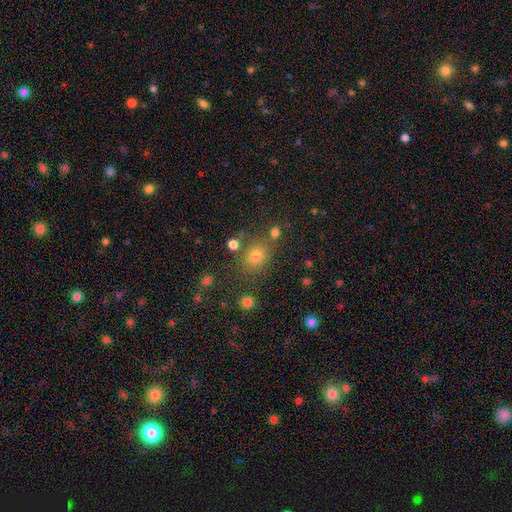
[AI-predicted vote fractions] A smooth galaxy with no disk features (74%) that is round (58%).

Vote fractions:
- Smooth or featured? smooth: 74% / star or artifact: 19% / featured or disk: 7%
- How rounded? round: 58% / in between: 41% / cigar-shaped: 1%
- Merging? none: 74% / minor disturbance: 12% / merger: 9% / major disturbance: 5%